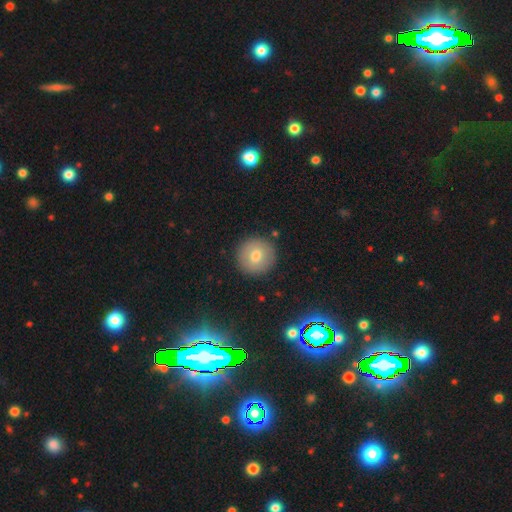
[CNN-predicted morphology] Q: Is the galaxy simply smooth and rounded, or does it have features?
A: smooth — 74%.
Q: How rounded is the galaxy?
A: round — 95%.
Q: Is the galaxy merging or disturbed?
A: none — 89%.